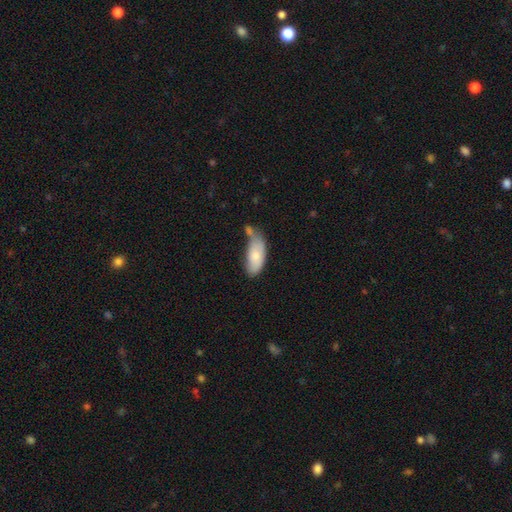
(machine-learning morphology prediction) Smooth or featured? smooth (77%)
How rounded? in between (89%)
Merging? none (37%)